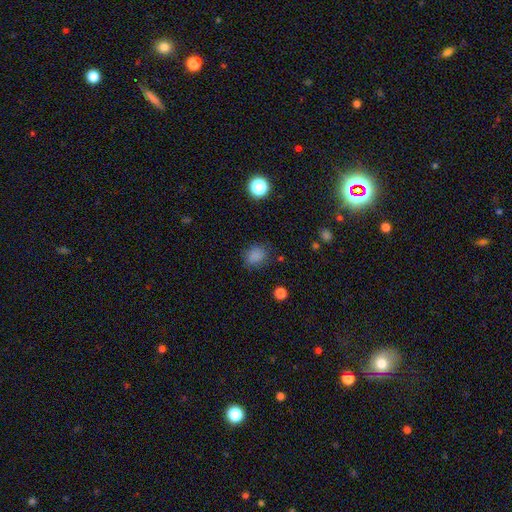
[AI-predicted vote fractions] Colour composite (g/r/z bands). It shows a smooth galaxy with no disk features (82%) that is in between round and cigar-shaped (50%). Merging: none (77%).